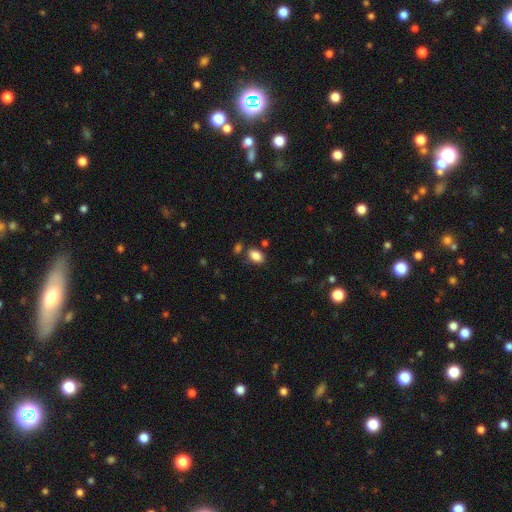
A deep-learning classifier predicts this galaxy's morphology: The model was most divided on "merging": none: 75%, minor disturbance: 13%, merger: 8%, major disturbance: 4%. More confident: smooth or featured — smooth (86%); how rounded — in between (85%).